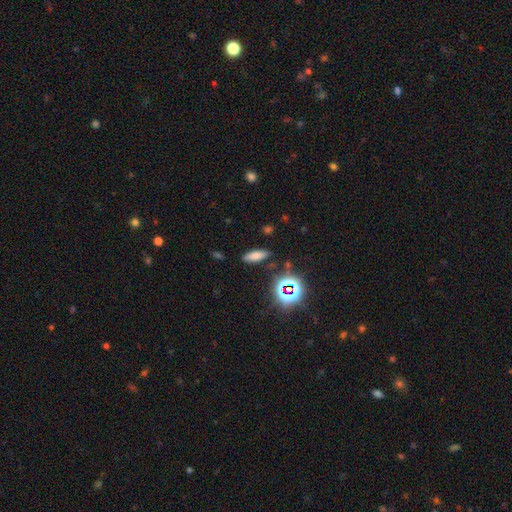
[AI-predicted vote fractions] Smooth or featured?
  - smooth: 68% *
  - star or artifact: 21%
  - featured or disk: 11%
How rounded?
  - in between: 56% *
  - cigar-shaped: 39%
  - round: 5%
Merging?
  - none: 85% *
  - minor disturbance: 10%
  - major disturbance: 3%
  - merger: 2%